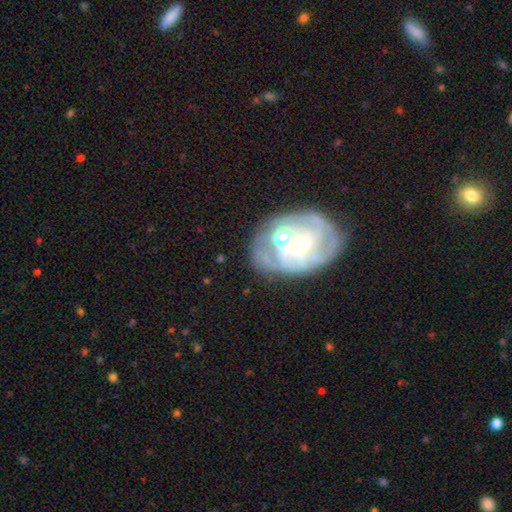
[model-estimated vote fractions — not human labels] Smooth or featured: featured or disk — 70% (smooth — 18%)
Edge-on disk: no — 96% (yes — 4%)
Bar: no — 58% (weak — 30%)
Spiral arms: yes — 71% (no — 29%)
Bulge size: moderate — 50% (small — 41%)
Merging: none — 57% (merger — 19%)